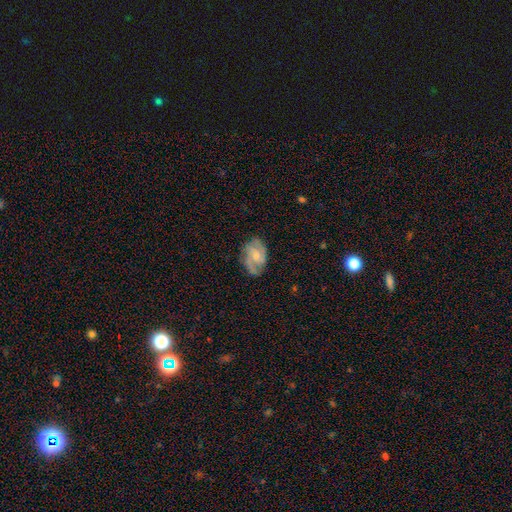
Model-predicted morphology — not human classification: Overall: featured or disk (72%). Edge-on disk: no (97%). Bar: no (58%; weak 36%). Spiral arms: yes (92%). Spiral arm count: 2 (51%; 3 19%). Spiral winding: medium (48%; tight 35%). Bulge size: small (47%; moderate 44%). Merging: none (68%).